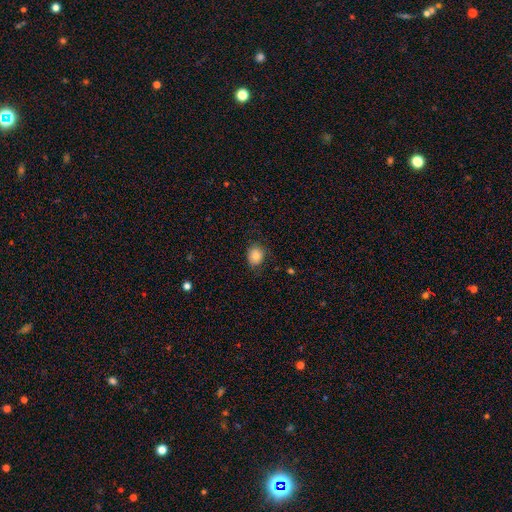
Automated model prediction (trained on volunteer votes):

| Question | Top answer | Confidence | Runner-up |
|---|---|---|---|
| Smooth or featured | smooth | 82% | star or artifact (10%) |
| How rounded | round | 64% | in between (35%) |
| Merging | none | 75% | minor disturbance (19%) |